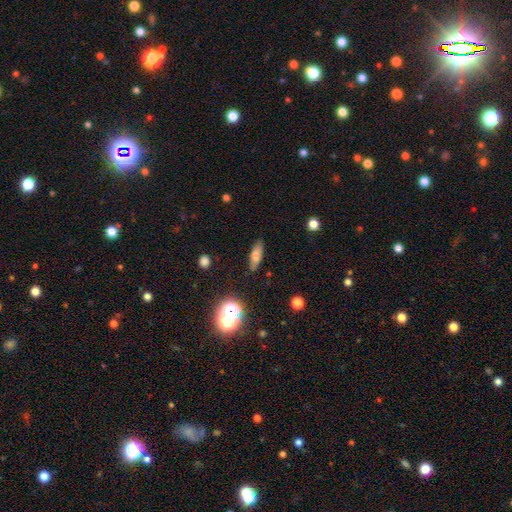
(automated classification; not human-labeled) smooth 72%, featured or disk 15%, star or artifact 12%. Down the decision tree: how rounded — in between (53%); merging — none (83%).